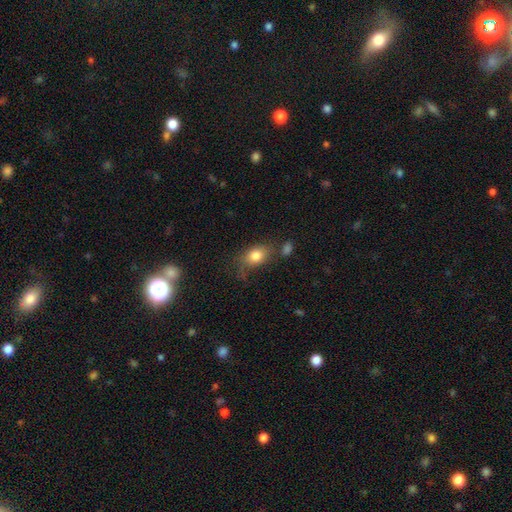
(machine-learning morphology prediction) The model was most divided on "merging": none: 55%, minor disturbance: 24%, major disturbance: 12%, merger: 9%. More confident: smooth or featured — smooth (80%); how rounded — in between (71%).